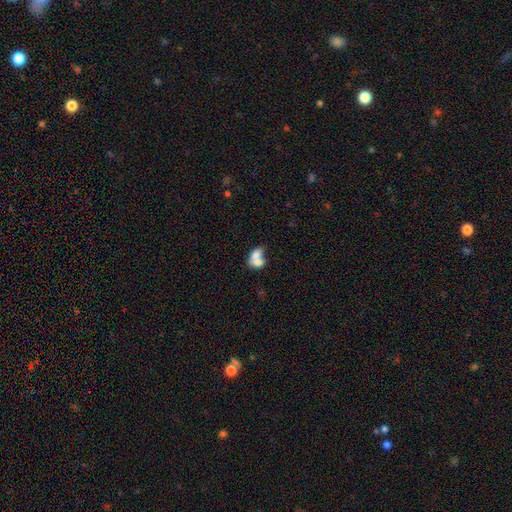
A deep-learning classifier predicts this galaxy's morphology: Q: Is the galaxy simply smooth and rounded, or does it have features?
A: smooth — 70%.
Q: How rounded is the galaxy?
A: in between — 77%.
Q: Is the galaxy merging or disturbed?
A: merger — 73%.